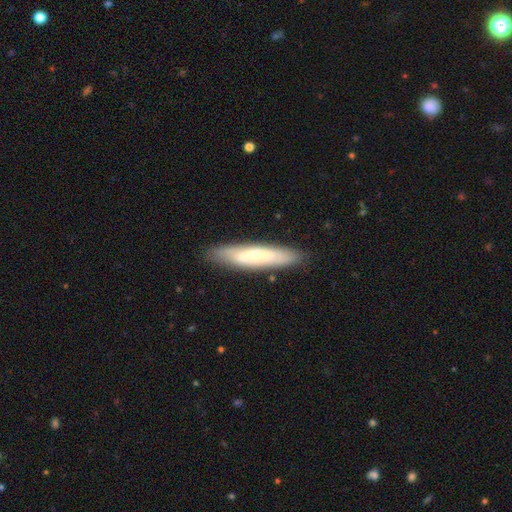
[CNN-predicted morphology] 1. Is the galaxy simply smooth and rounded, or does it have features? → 52% smooth, 42% featured or disk, 6% star or artifact.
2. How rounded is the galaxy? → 83% cigar-shaped, 15% in between, 1% round.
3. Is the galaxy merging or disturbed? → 86% none, 11% minor disturbance, 2% major disturbance, 1% merger.